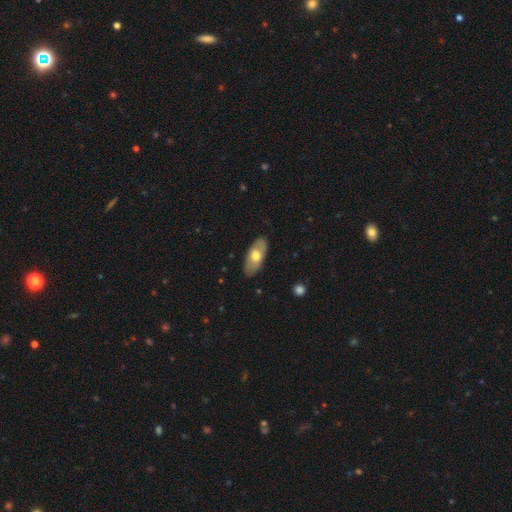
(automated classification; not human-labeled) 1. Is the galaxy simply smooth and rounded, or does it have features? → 58% smooth, 37% featured or disk, 5% star or artifact.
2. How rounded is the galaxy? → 90% in between, 7% cigar-shaped, 3% round.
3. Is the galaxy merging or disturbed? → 85% none, 11% minor disturbance, 2% major disturbance, 1% merger.